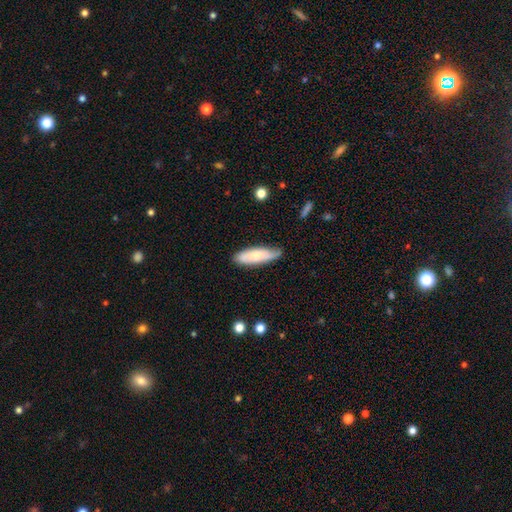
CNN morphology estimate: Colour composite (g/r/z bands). It shows a smooth galaxy with no disk features (69%) that is in between round and cigar-shaped (50%). Merging: none (70%).